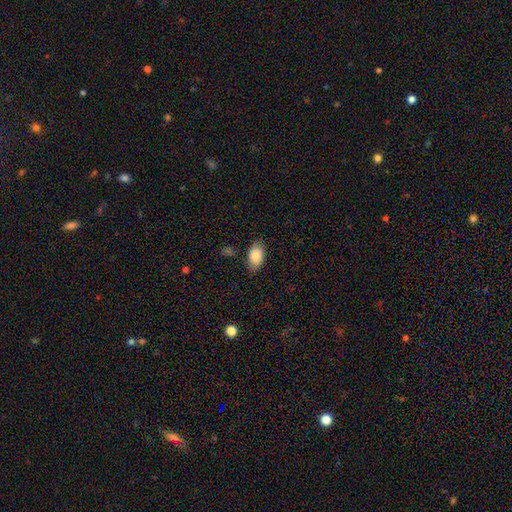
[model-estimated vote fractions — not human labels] Smooth or featured? Predicted: smooth (p=0.87). How rounded? Predicted: in between (p=0.92). Merging? Predicted: none (p=0.83).